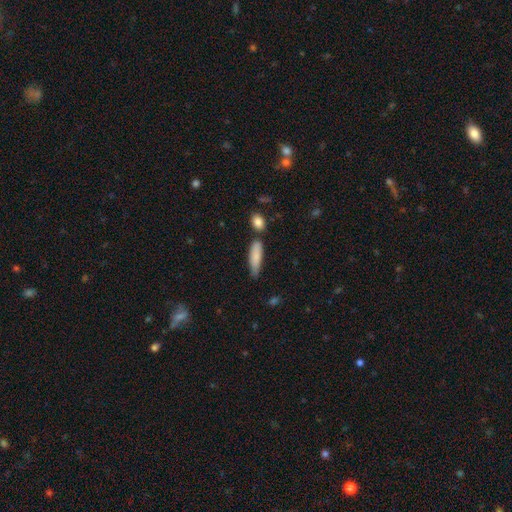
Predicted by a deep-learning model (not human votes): Smooth or featured? smooth (83%)
How rounded? cigar-shaped (59%)
Merging? none (57%)